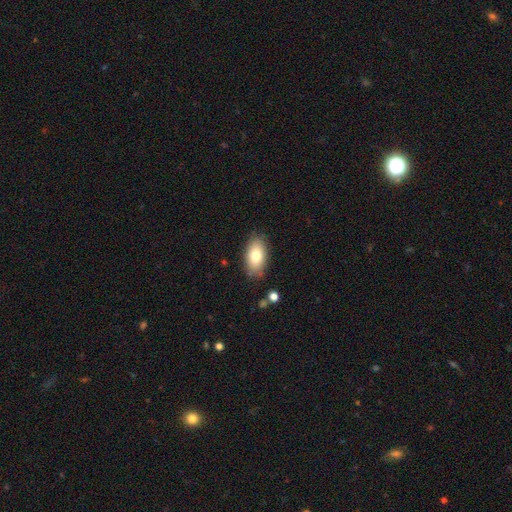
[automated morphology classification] type=smooth (78%); roundness=in between (92%); merging=none (82%).